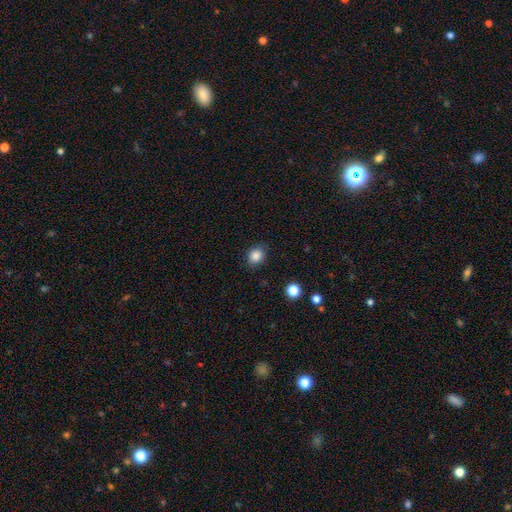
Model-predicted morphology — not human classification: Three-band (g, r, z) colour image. It shows a smooth galaxy with no disk features (85%) that is round (64%). Merging: none (85%).